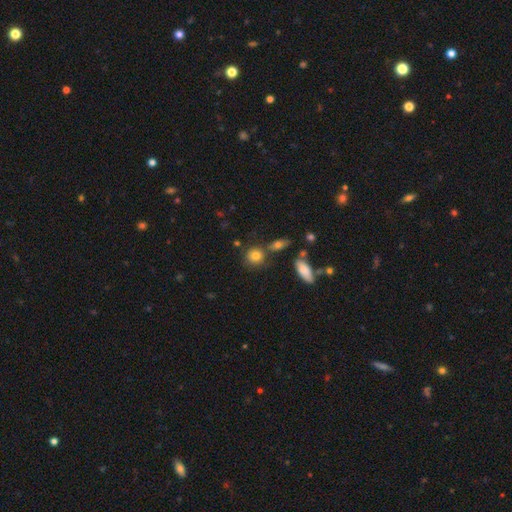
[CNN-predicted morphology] Q: Smooth or featured?
A: smooth (80%); runner-up: star or artifact (10%)
Q: How rounded?
A: round (77%); runner-up: in between (20%)
Q: Merging?
A: none (69%); runner-up: merger (15%)